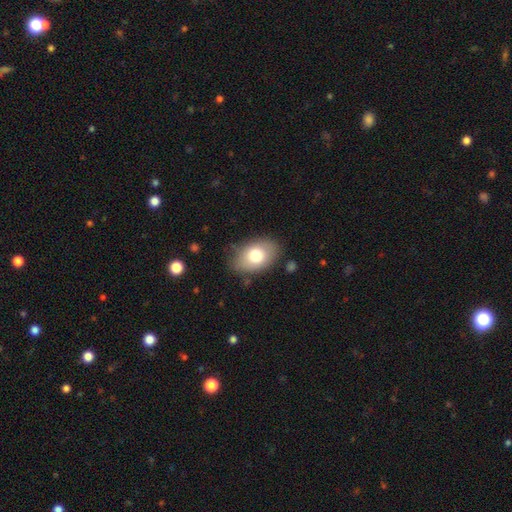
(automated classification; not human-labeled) Smooth or featured? smooth (76%)
How rounded? in between (85%)
Merging? none (77%)